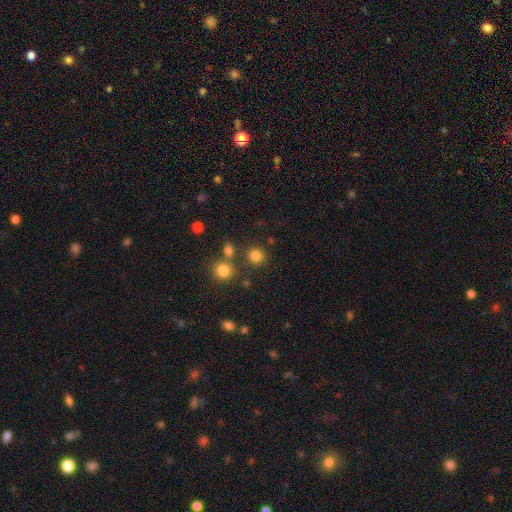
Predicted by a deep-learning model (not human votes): This is clearly a smooth galaxy (81%). How rounded: clearly round (88%). Merging: likely none (79%).